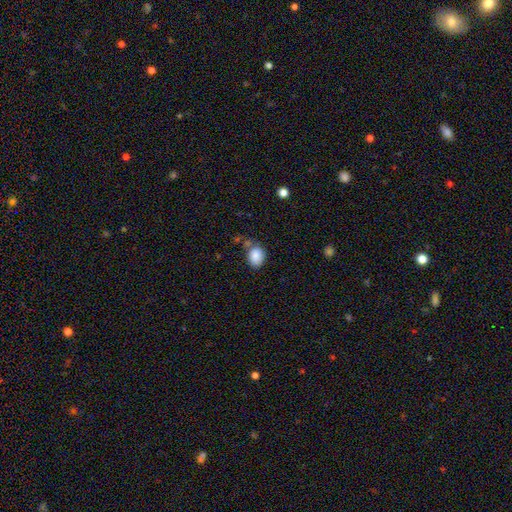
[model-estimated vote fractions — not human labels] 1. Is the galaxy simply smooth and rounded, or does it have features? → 87% smooth, 8% star or artifact, 5% featured or disk.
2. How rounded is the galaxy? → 70% in between, 29% round, 1% cigar-shaped.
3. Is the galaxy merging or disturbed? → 64% none, 21% minor disturbance, 9% merger, 6% major disturbance.